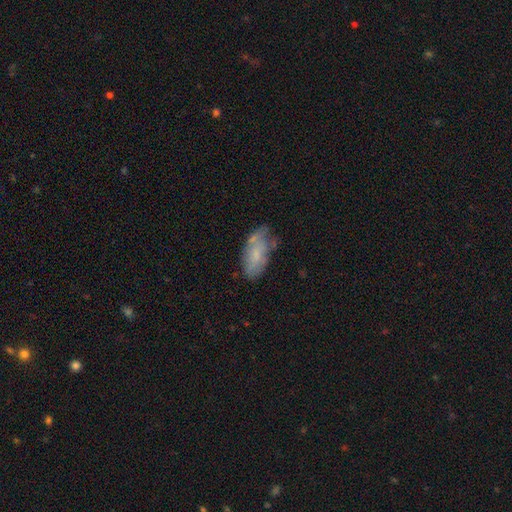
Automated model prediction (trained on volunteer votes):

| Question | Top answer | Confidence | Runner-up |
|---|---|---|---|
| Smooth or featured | smooth | 59% | featured or disk (34%) |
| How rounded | in between | 89% | cigar-shaped (8%) |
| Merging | none | 50% | minor disturbance (33%) |